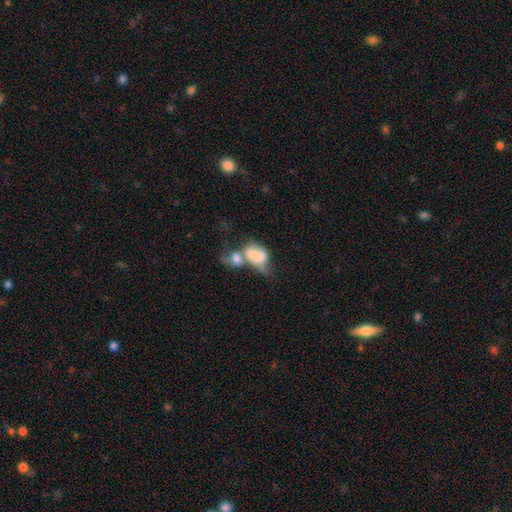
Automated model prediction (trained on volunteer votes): Morphology: type=smooth (56%); roundness=in between (83%); merging=merger (68%).